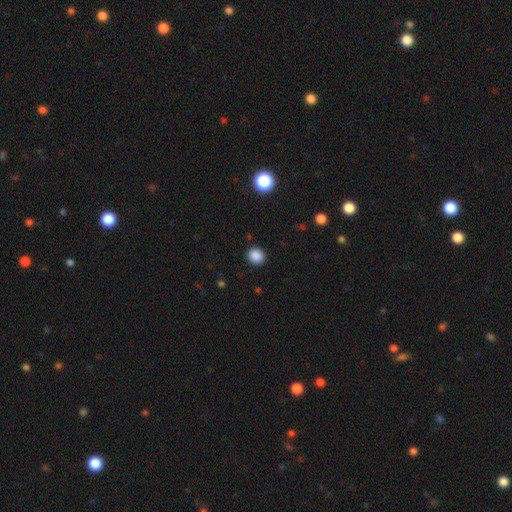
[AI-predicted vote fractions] smooth-or-featured: smooth: 87% | star or artifact: 10% | featured or disk: 3%
  how-rounded: round: 76% | in between: 24% | cigar-shaped: 1%
  merging: none: 90% | minor disturbance: 7% | major disturbance: 2% | merger: 1%